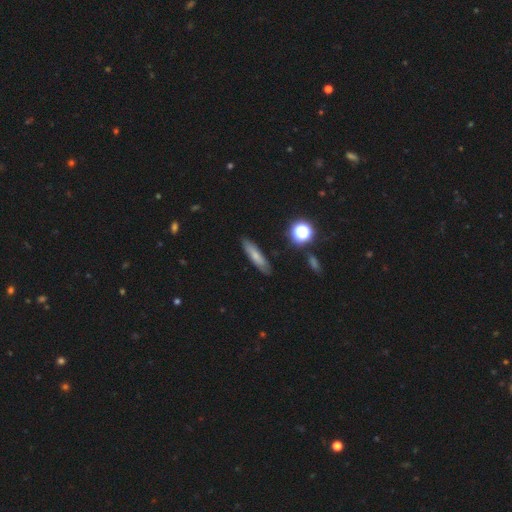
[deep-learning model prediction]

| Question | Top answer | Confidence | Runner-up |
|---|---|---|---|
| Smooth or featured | smooth | 65% | featured or disk (25%) |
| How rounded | cigar-shaped | 72% | in between (24%) |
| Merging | none | 85% | minor disturbance (11%) |